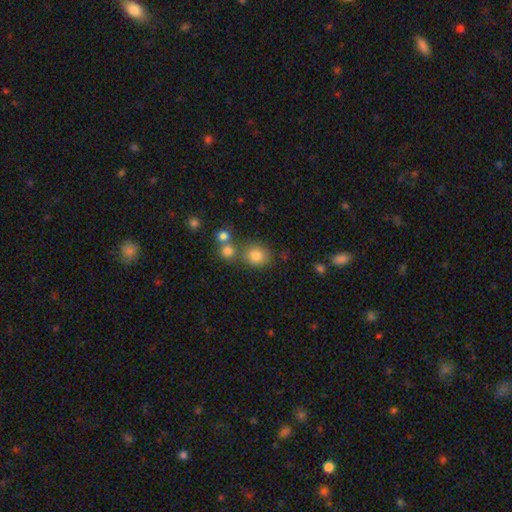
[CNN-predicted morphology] Smooth or featured: smooth — 79% (star or artifact — 13%)
How rounded: round — 79% (in between — 20%)
Merging: none — 67% (merger — 19%)